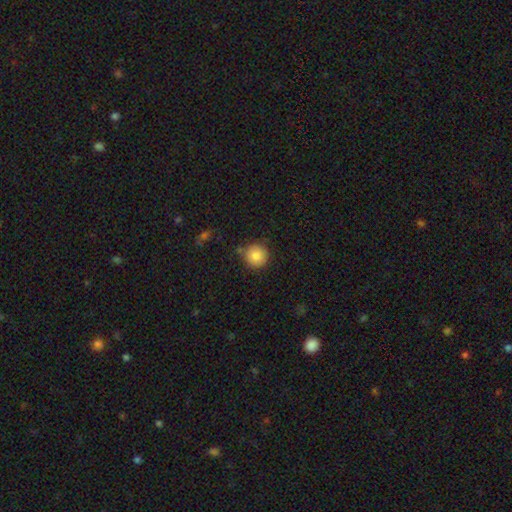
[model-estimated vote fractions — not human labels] Morphology: type=smooth (84%); roundness=round (95%); merging=none (82%).